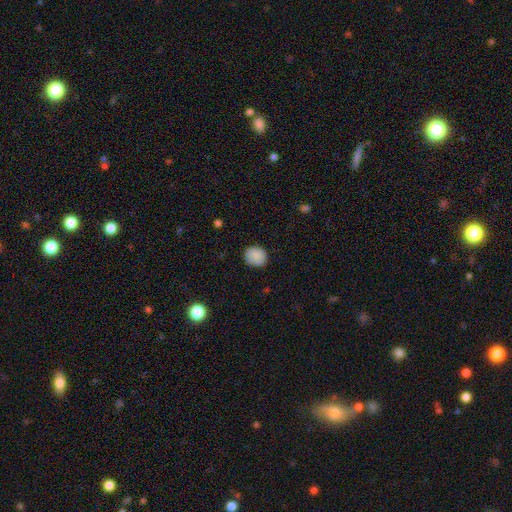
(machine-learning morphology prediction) Overall: smooth (88%). How rounded: round (77%). Merging: none (85%).